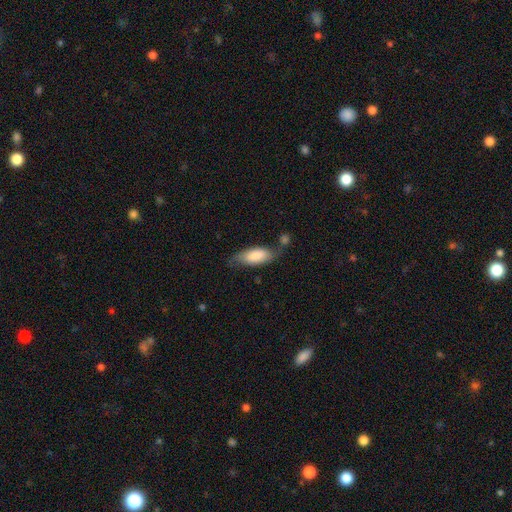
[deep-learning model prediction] Smooth or featured? Predicted: smooth (p=0.77). How rounded? Predicted: in between (p=0.80). Merging? Predicted: none (p=0.53).